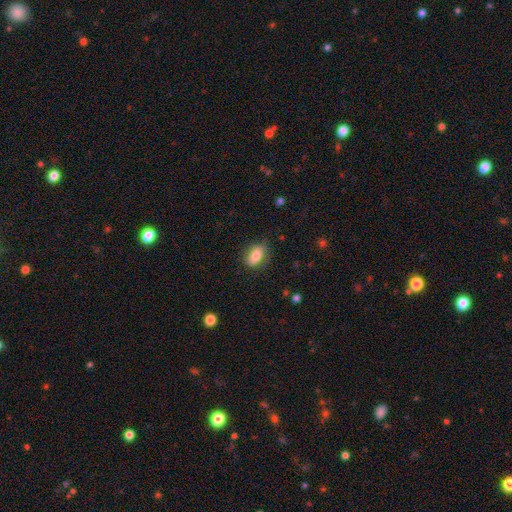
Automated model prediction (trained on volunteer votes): A smooth galaxy with no disk features (77%) that is in between round and cigar-shaped (85%). Merging: none (74%).